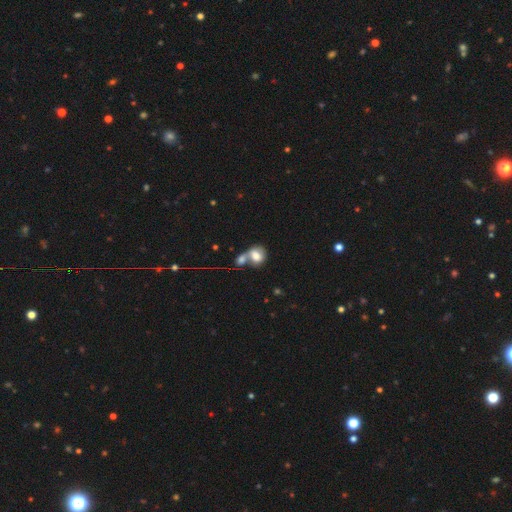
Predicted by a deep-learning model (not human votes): Smooth or featured?
  - smooth: 70% *
  - featured or disk: 21%
  - star or artifact: 9%
How rounded?
  - in between: 52% *
  - round: 46%
  - cigar-shaped: 2%
Merging?
  - merger: 64% *
  - none: 22%
  - minor disturbance: 9%
  - major disturbance: 5%